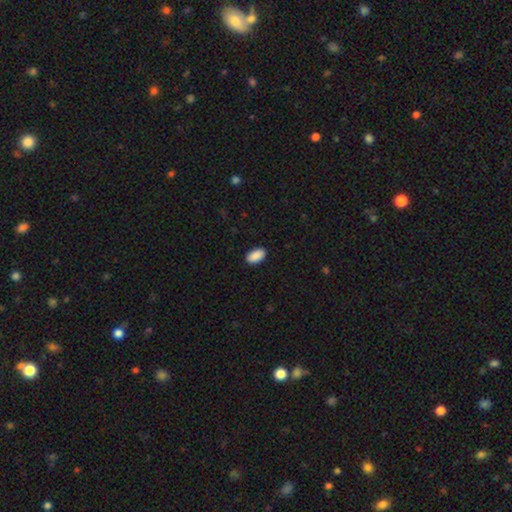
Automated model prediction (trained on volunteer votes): Morphology: type=smooth (91%); roundness=in between (95%); merging=none (90%).